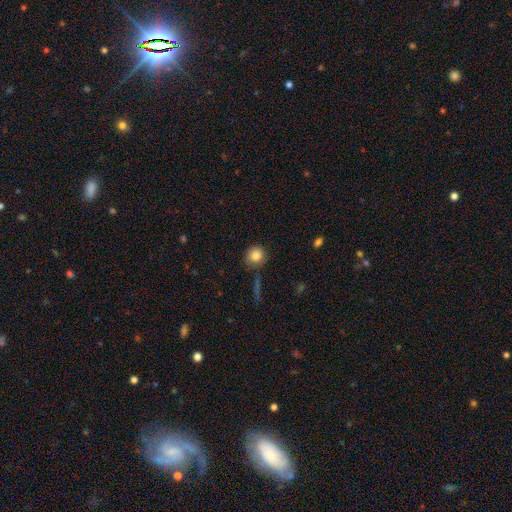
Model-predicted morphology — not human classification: The model was most divided on "merging": none: 80%, minor disturbance: 12%, merger: 4%, major disturbance: 4%. More confident: how rounded — round (91%); smooth or featured — smooth (84%).